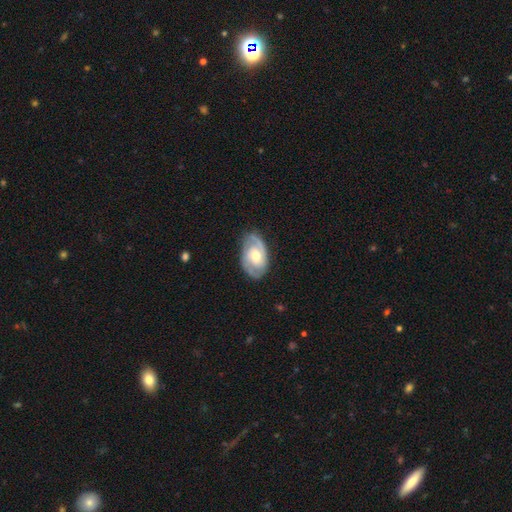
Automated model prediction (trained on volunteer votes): Smooth or featured: featured or disk — 78% (smooth — 17%)
Edge-on disk: no — 96% (yes — 4%)
Bar: no — 55% (weak — 37%)
Spiral arms: yes — 91% (no — 9%)
Spiral winding: tight — 50% (medium — 39%)
Spiral arm count: 2 — 73% (can't tell — 13%)
Bulge size: moderate — 70% (small — 17%)
Merging: none — 77% (minor disturbance — 17%)